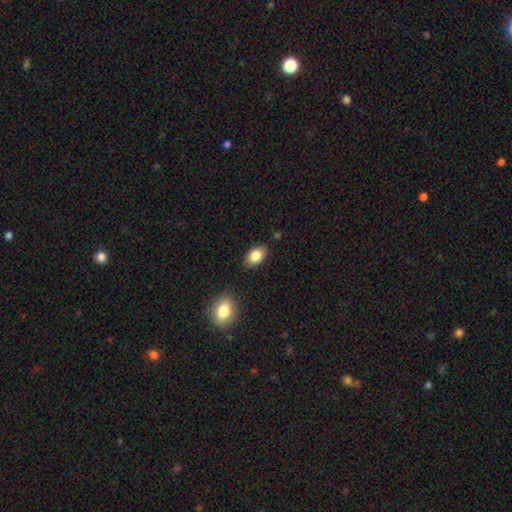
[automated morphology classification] The model was most divided on "merging": none: 83%, minor disturbance: 12%, merger: 3%, major disturbance: 3%. More confident: how rounded — in between (90%); smooth or featured — smooth (85%).